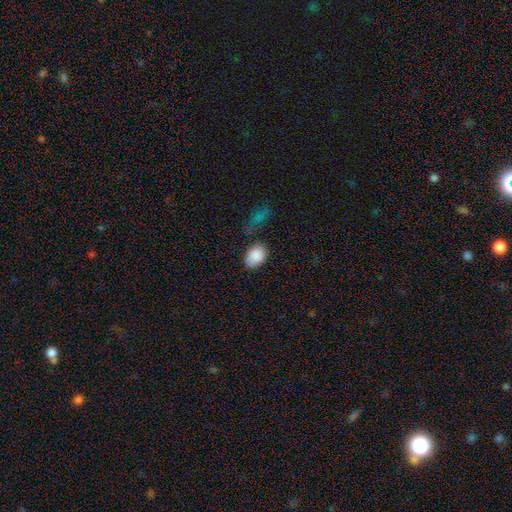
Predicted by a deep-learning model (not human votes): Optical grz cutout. It shows a smooth galaxy with no disk features (88%) that is in between round and cigar-shaped (78%). Merging: none (59%).